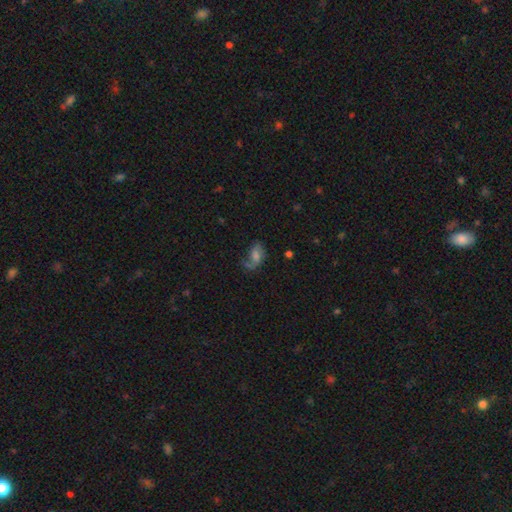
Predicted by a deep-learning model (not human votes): This is possibly a featured or disk galaxy (57%). It is clearly not viewed edge-on (96%). Bar: possibly no (58%). Spiral arm pattern: clearly yes (84%). Central bulge: marginally moderate (40%). Merging: possibly none (45%).